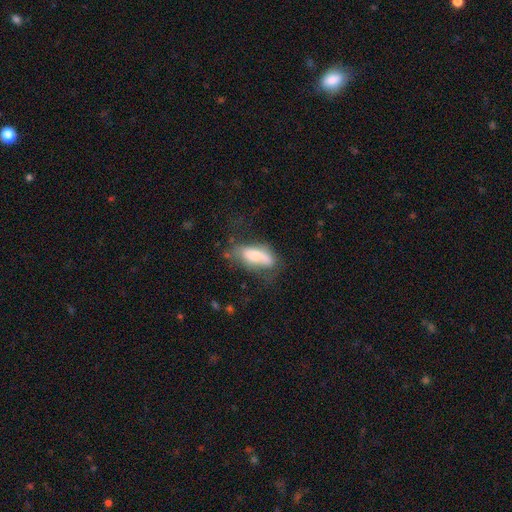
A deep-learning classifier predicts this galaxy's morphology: Q: Smooth or featured?
A: smooth (61%); runner-up: featured or disk (31%)
Q: How rounded?
A: in between (73%); runner-up: cigar-shaped (24%)
Q: Merging?
A: none (43%); runner-up: minor disturbance (29%)